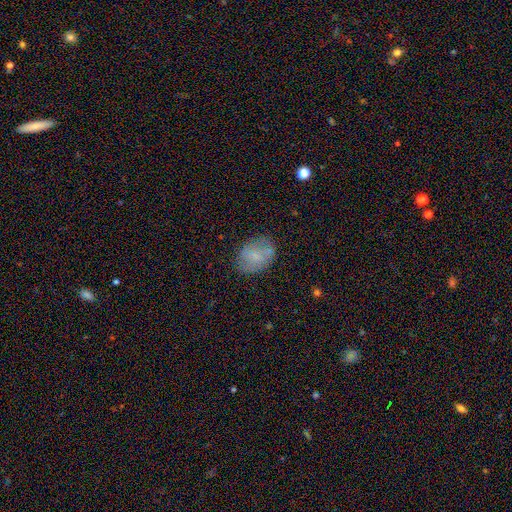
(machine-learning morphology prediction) smooth 67%, featured or disk 25%, star or artifact 9%. Down the decision tree: how rounded — in between (73%); merging — none (70%).